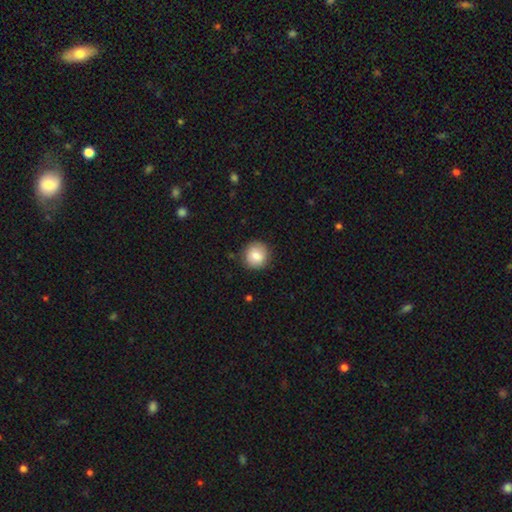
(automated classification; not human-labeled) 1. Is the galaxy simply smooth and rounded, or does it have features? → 82% smooth, 10% featured or disk, 8% star or artifact.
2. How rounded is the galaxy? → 92% round, 8% in between, 1% cigar-shaped.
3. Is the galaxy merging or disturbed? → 87% none, 9% minor disturbance, 2% major disturbance, 1% merger.